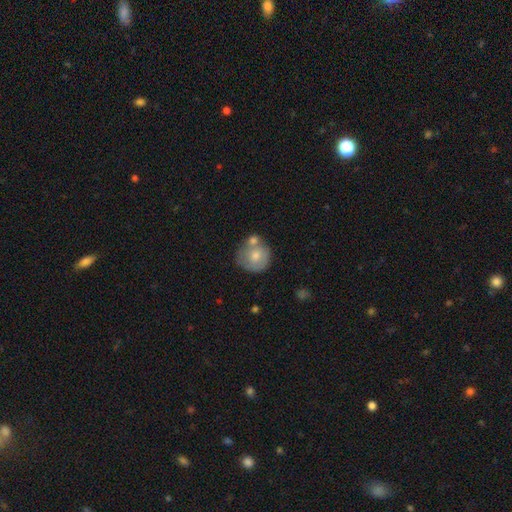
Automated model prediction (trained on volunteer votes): Smooth or featured?
  - smooth: 67% *
  - featured or disk: 26%
  - star or artifact: 6%
How rounded?
  - round: 87% *
  - in between: 12%
  - cigar-shaped: 1%
Merging?
  - none: 45% *
  - merger: 33%
  - minor disturbance: 17%
  - major disturbance: 5%